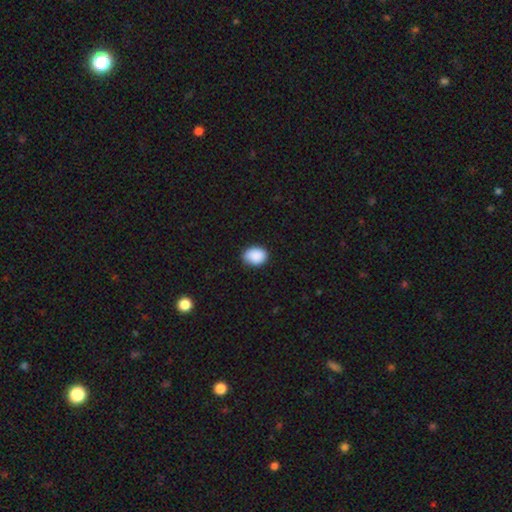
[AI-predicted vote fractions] smooth_or_featured: smooth (p=0.90) [alt: star or artifact p=0.08]
how_rounded: in between (p=0.62) [alt: round p=0.38]
merging: none (p=0.81) [alt: minor disturbance p=0.15]